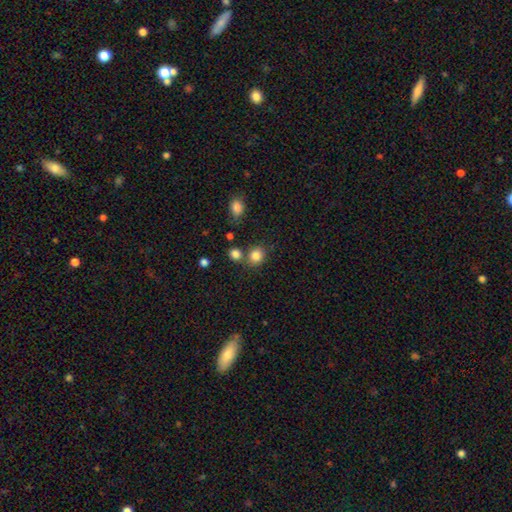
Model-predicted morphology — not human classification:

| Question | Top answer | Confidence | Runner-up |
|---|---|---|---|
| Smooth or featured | smooth | 83% | star or artifact (11%) |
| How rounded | round | 79% | in between (21%) |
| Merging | none | 69% | merger (18%) |